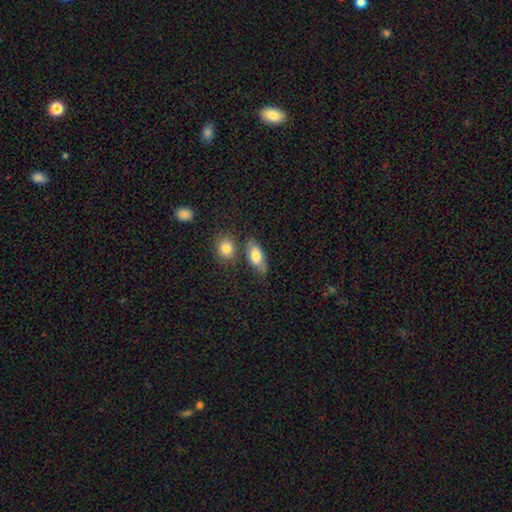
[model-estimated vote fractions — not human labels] Q: Smooth or featured?
A: smooth (75%); runner-up: featured or disk (17%)
Q: How rounded?
A: in between (85%); runner-up: cigar-shaped (7%)
Q: Merging?
A: none (63%); runner-up: minor disturbance (17%)